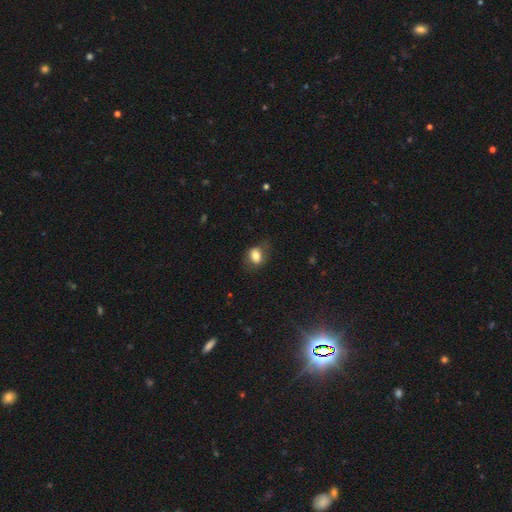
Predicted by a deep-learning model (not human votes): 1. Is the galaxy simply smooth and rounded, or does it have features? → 75% smooth, 16% featured or disk, 9% star or artifact.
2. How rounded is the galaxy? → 64% in between, 34% round, 1% cigar-shaped.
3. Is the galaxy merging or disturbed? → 66% none, 22% minor disturbance, 11% major disturbance, 1% merger.